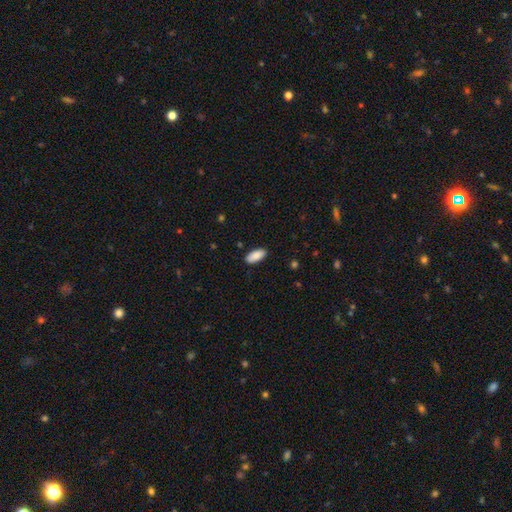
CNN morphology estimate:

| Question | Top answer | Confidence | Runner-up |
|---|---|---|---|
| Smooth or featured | smooth | 90% | star or artifact (6%) |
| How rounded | in between | 87% | cigar-shaped (11%) |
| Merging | none | 88% | minor disturbance (9%) |